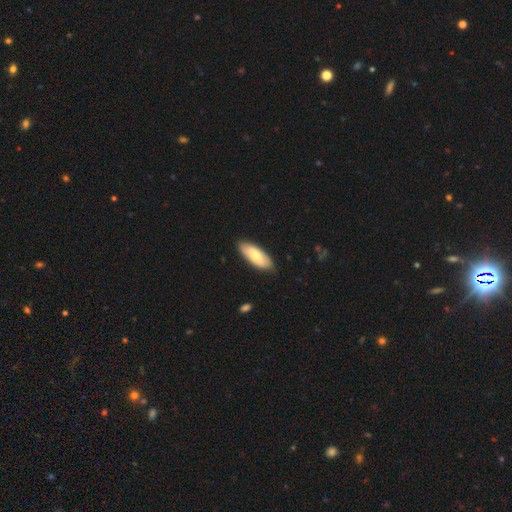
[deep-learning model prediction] Overall: smooth (71%). How rounded: in between (79%). Merging: none (86%).